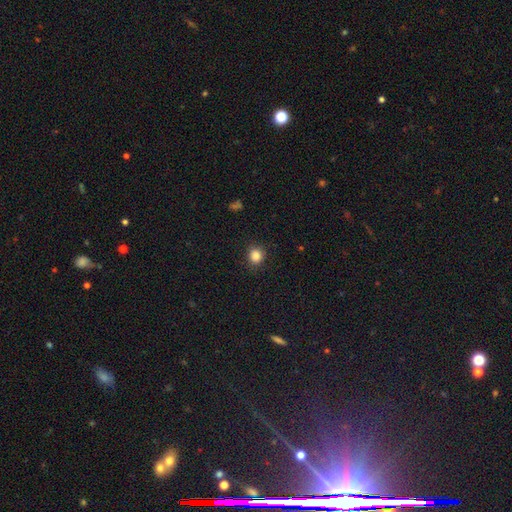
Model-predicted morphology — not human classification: smooth 86%, star or artifact 11%, featured or disk 3%. Down the decision tree: how rounded — round (83%); merging — none (87%).